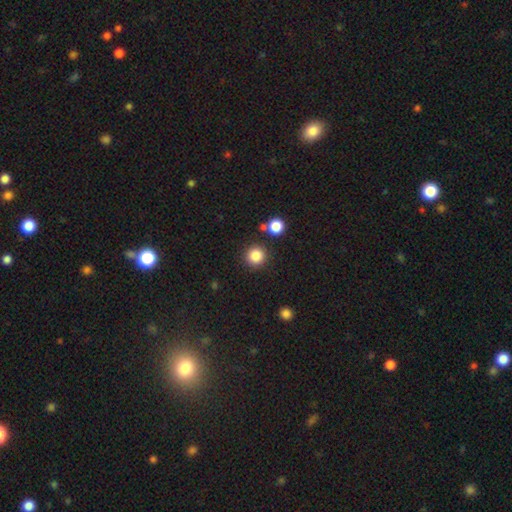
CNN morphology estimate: The model was most divided on "smooth or featured": smooth: 85%, star or artifact: 11%, featured or disk: 4%. More confident: how rounded — round (94%); merging — none (87%).